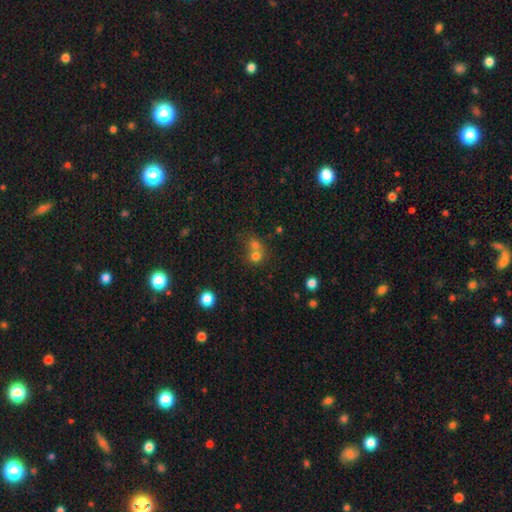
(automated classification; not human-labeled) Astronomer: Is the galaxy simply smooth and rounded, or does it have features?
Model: smooth — 70%.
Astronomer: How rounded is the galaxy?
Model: round — 79%.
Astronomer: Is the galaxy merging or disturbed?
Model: merger — 57% (runner-up: none, 35%).